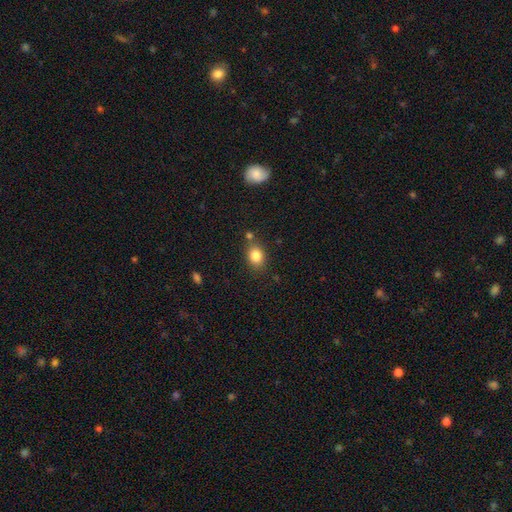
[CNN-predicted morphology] smooth-or-featured: smooth: 83% | star or artifact: 10% | featured or disk: 7%
  how-rounded: in between: 61% | round: 38% | cigar-shaped: 1%
  merging: none: 73% | minor disturbance: 13% | merger: 10% | major disturbance: 4%